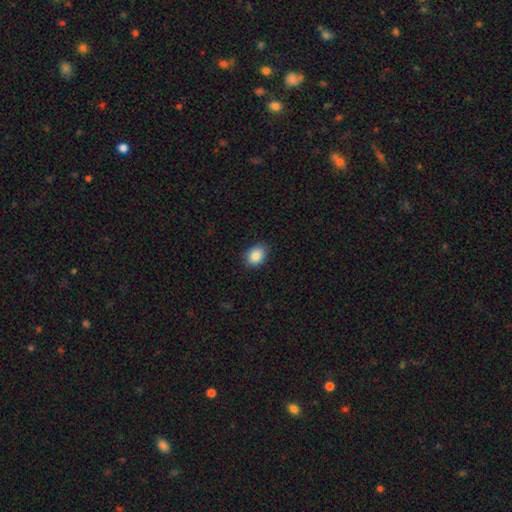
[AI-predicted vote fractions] A smooth galaxy with no disk features (87%) that is in between round and cigar-shaped (67%).

Vote fractions:
- Smooth or featured? smooth: 87% / star or artifact: 8% / featured or disk: 5%
- How rounded? in between: 67% / round: 32% / cigar-shaped: 1%
- Merging? none: 85% / minor disturbance: 12% / major disturbance: 2% / merger: 1%